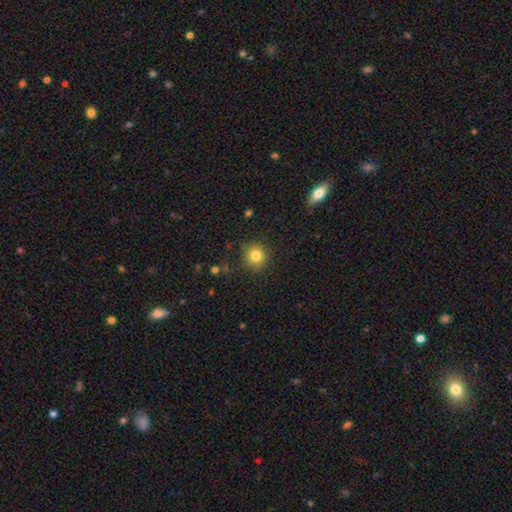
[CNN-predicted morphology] This appears to be a smooth galaxy with no disk features (82%) that is round (90%). Merging: none (86%).